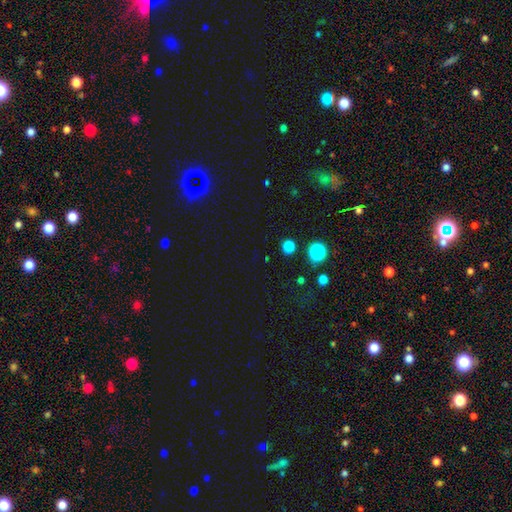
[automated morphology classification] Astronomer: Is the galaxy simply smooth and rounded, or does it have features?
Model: smooth — 55% (runner-up: star or artifact, 40%).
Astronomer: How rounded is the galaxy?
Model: round — 85%.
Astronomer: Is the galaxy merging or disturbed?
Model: none — 87%.